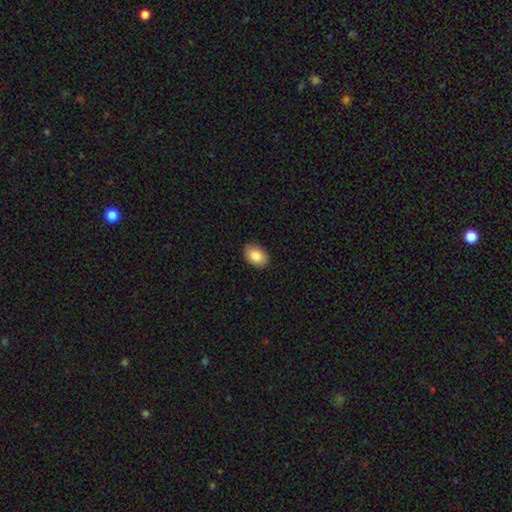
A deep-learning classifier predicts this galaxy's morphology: Smooth or featured? Predicted: smooth (p=0.87). How rounded? Predicted: in between (p=0.88). Merging? Predicted: none (p=0.89).